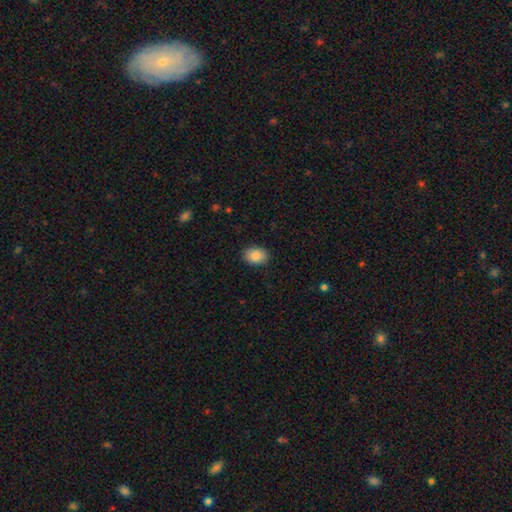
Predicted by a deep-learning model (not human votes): Smooth or featured? smooth (88%)
How rounded? in between (77%)
Merging? none (89%)